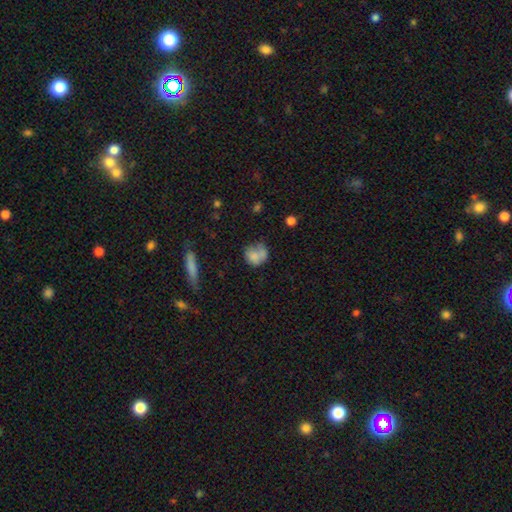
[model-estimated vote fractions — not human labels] A smooth galaxy with no disk features (71%) that is round (65%). Merging: none (37%).